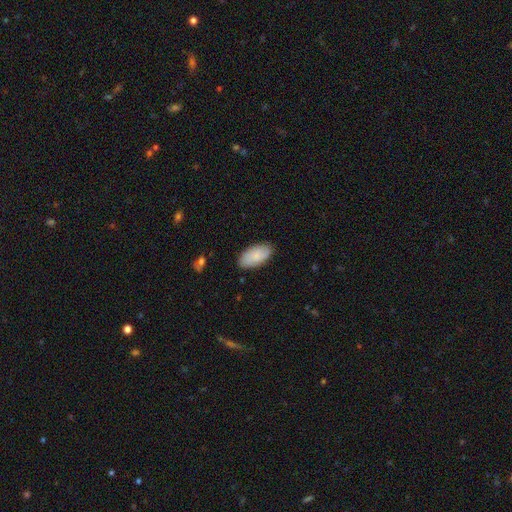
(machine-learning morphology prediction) Smooth or featured? smooth (83%)
How rounded? in between (95%)
Merging? none (85%)